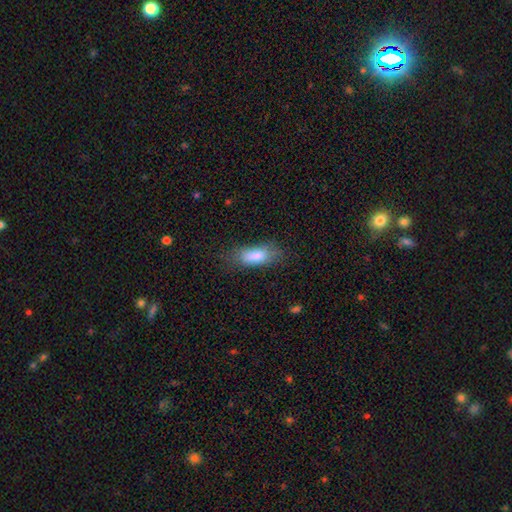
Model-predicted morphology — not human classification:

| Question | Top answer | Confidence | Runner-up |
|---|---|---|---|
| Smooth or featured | smooth | 81% | featured or disk (11%) |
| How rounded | in between | 74% | cigar-shaped (23%) |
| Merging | none | 67% | minor disturbance (22%) |